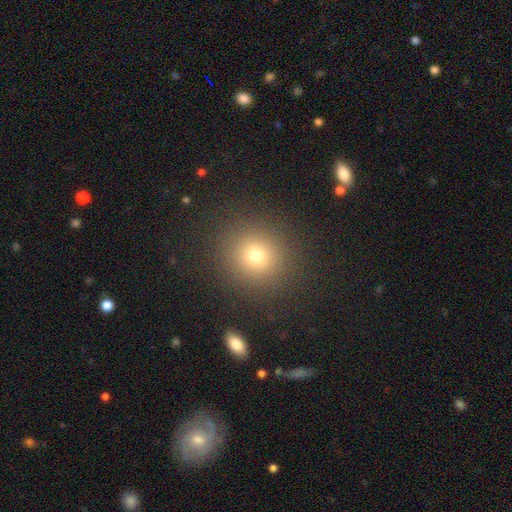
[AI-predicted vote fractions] A smooth galaxy with no disk features (75%) that is round (89%). Merging: none (89%).